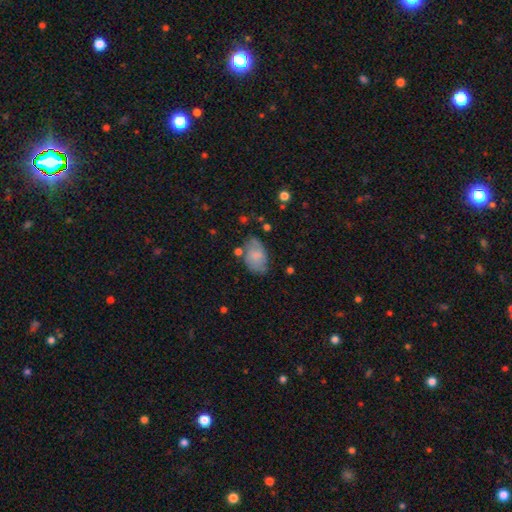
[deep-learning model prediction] smooth 71%, featured or disk 21%, star or artifact 8%. Down the decision tree: how rounded — in between (90%); merging — none (57%).